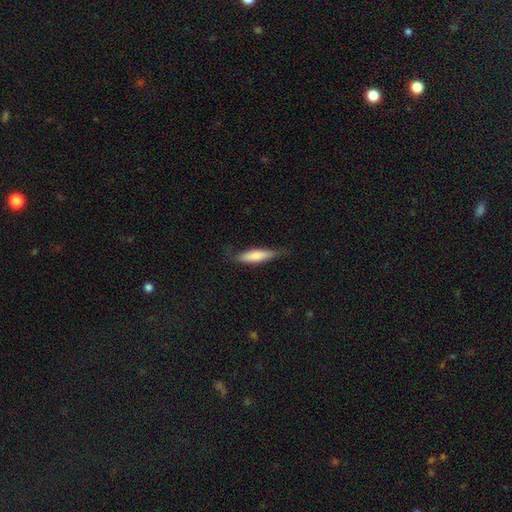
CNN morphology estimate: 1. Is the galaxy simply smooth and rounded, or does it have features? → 72% smooth, 22% featured or disk, 5% star or artifact.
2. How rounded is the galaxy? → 70% cigar-shaped, 28% in between, 2% round.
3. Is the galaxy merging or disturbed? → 71% none, 22% minor disturbance, 6% major disturbance, 1% merger.